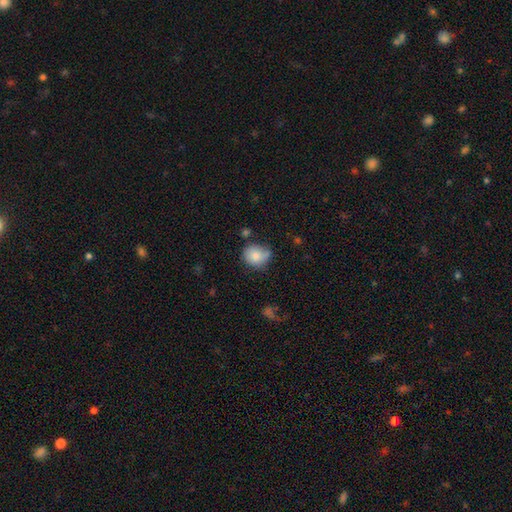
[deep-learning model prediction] Smooth or featured? Predicted: smooth (p=0.80). How rounded? Predicted: round (p=0.73). Merging? Predicted: none (p=0.57).